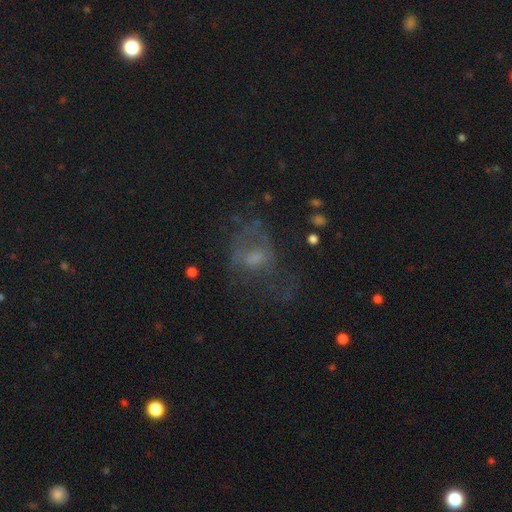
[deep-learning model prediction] smooth_or_featured: featured or disk (p=0.45) [alt: smooth p=0.35]
merging: none (p=0.39) [alt: major disturbance p=0.38]